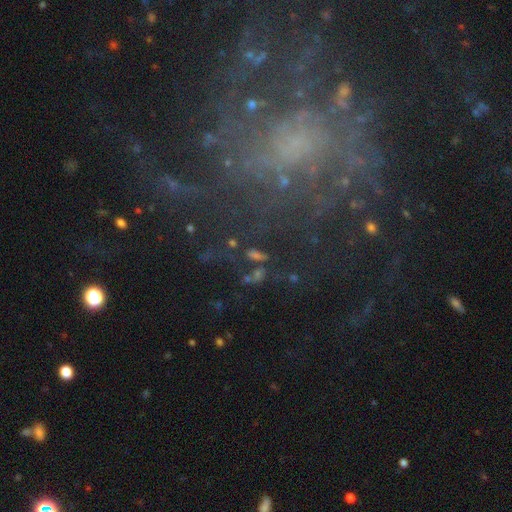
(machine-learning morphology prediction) smooth-or-featured: star or artifact: 39% | featured or disk: 33% | smooth: 27%